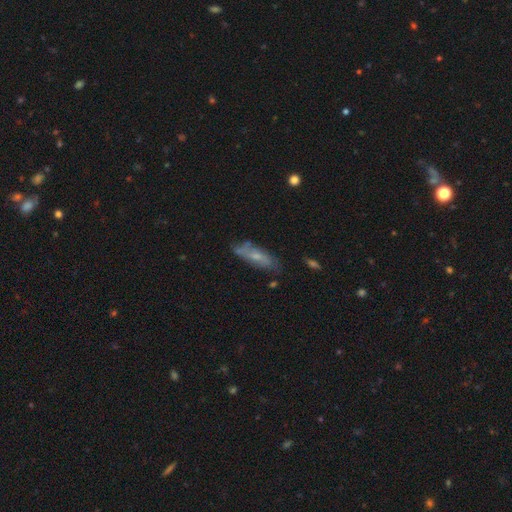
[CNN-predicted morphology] Smooth or featured: featured or disk — 46% (smooth — 45%)
Merging: none — 68% (minor disturbance — 22%)